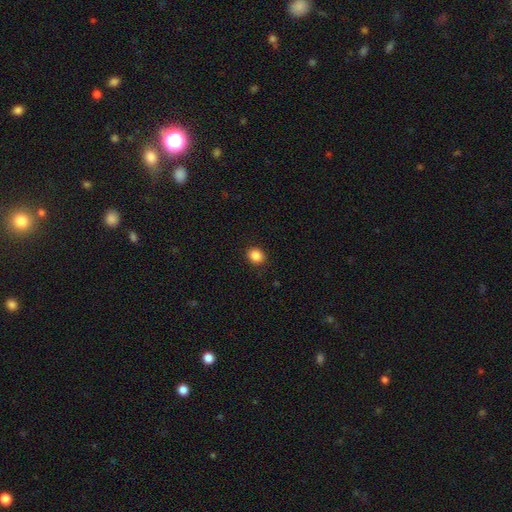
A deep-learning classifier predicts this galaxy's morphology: This appears to be a smooth galaxy with no disk features (87%) that is round (74%). Merging: none (90%).